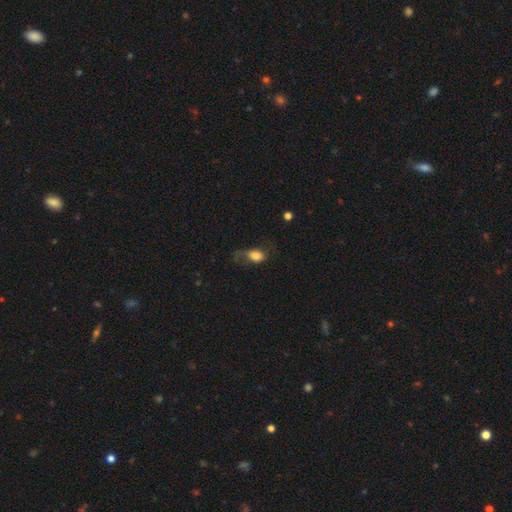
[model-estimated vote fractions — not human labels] Smooth or featured: smooth — 74% (featured or disk — 17%)
How rounded: in between — 77% (round — 20%)
Merging: major disturbance — 38% (none — 33%)